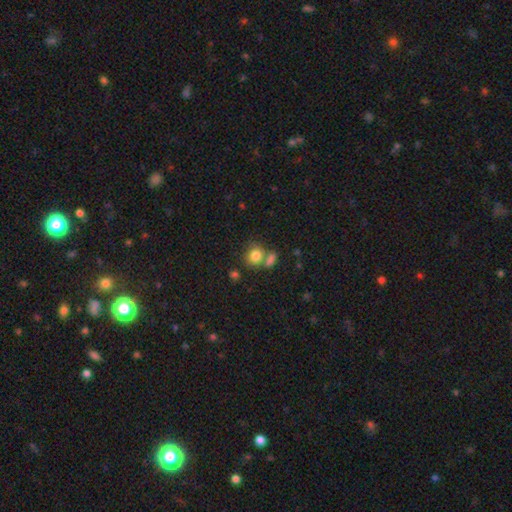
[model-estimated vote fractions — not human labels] Smooth or featured?
  - smooth: 82% *
  - star or artifact: 10%
  - featured or disk: 8%
How rounded?
  - round: 66% *
  - in between: 33%
  - cigar-shaped: 1%
Merging?
  - none: 50% *
  - merger: 33%
  - minor disturbance: 12%
  - major disturbance: 5%